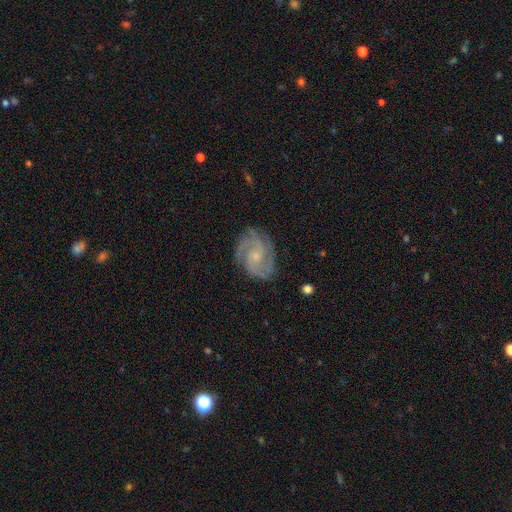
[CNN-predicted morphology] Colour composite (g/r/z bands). It shows a featured or disk galaxy (89%) with no bar (63%), 3 (37%) tight (49%) spiral arms (98%) and a small central bulge (68%). Merging: none (80%).